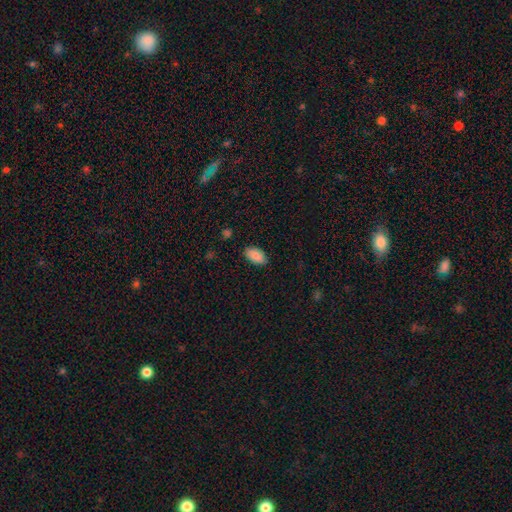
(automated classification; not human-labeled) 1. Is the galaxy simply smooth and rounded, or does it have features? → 87% smooth, 7% star or artifact, 6% featured or disk.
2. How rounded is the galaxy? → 94% in between, 5% round, 2% cigar-shaped.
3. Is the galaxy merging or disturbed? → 85% none, 12% minor disturbance, 2% major disturbance, 1% merger.